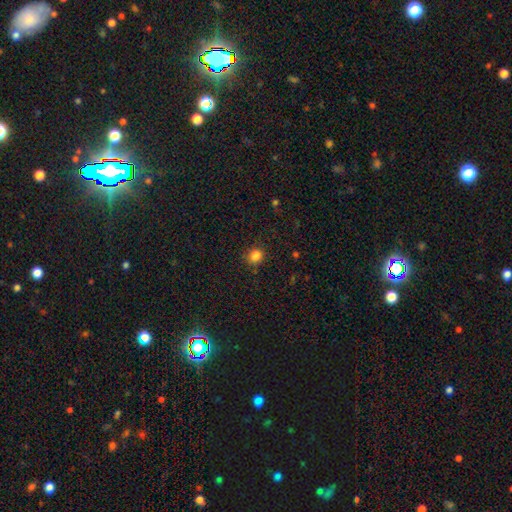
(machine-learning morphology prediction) smooth_or_featured: smooth (p=0.83) [alt: star or artifact p=0.13]
how_rounded: round (p=0.85) [alt: in between p=0.14]
merging: none (p=0.86) [alt: minor disturbance p=0.10]